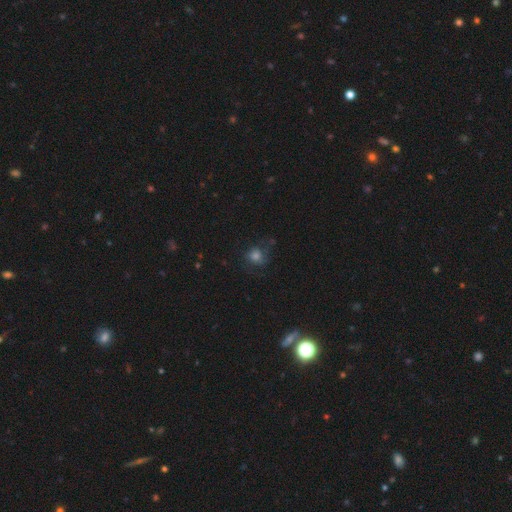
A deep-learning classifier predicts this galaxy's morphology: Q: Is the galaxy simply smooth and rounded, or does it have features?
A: smooth — 60%.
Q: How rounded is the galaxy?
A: round — 79%.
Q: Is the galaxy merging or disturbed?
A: none — 60%.